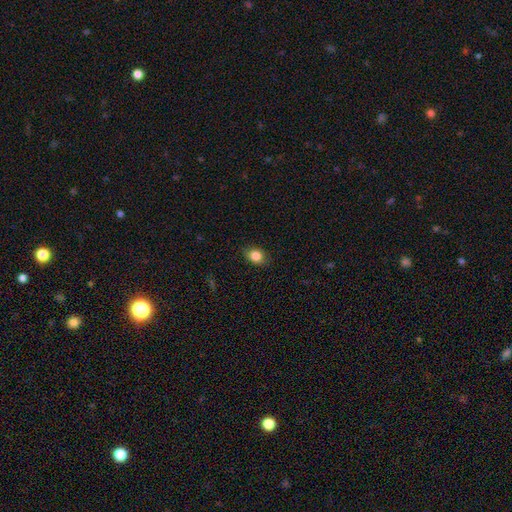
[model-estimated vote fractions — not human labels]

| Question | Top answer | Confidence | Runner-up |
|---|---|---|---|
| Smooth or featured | smooth | 85% | star or artifact (9%) |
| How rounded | in between | 55% | round (43%) |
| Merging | none | 83% | minor disturbance (13%) |